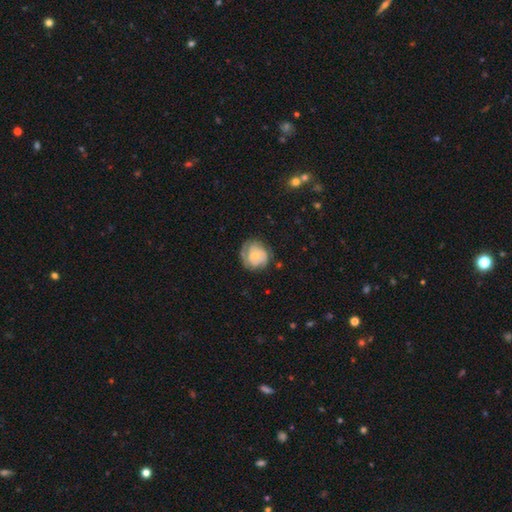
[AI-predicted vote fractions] Smooth or featured?
  - featured or disk: 62% *
  - smooth: 31%
  - star or artifact: 7%
Edge-on disk?
  - no: 98% *
  - yes: 2%
Bar?
  - no: 77% *
  - weak: 19%
  - strong: 4%
Spiral arms?
  - yes: 79% *
  - no: 21%
Bulge size?
  - small: 55% *
  - moderate: 38%
  - none: 3%
  - large: 2%
  - dominant: 1%
Merging?
  - none: 63% *
  - minor disturbance: 24%
  - major disturbance: 11%
  - merger: 2%